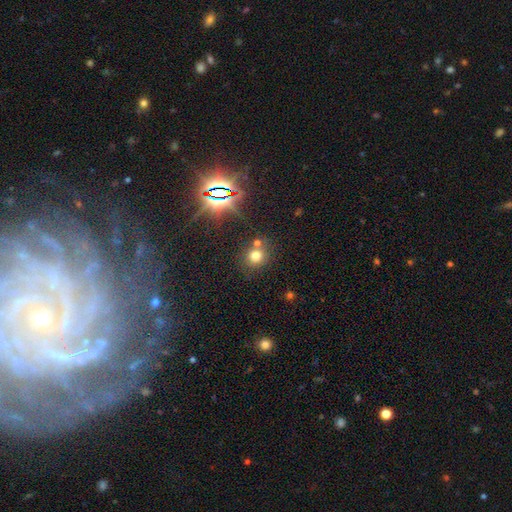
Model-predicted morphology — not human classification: Smooth or featured: smooth — 71% (star or artifact — 21%)
How rounded: round — 85% (in between — 14%)
Merging: none — 66% (merger — 21%)